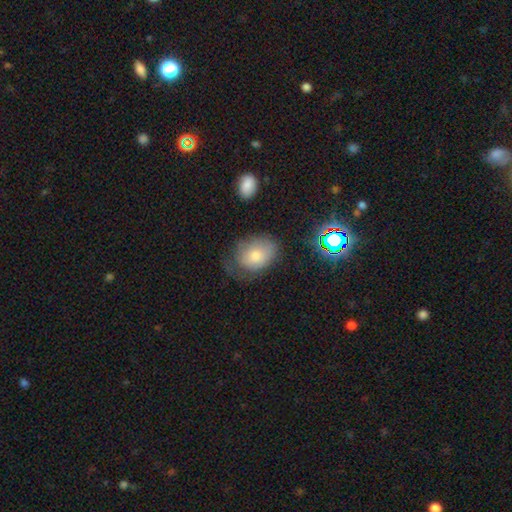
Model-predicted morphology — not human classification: Smooth or featured? smooth (66%)
How rounded? in between (69%)
Merging? none (49%)